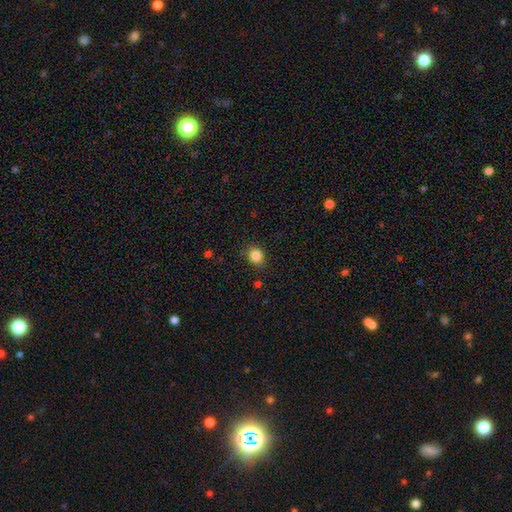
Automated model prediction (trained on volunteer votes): Smooth or featured? smooth (84%)
How rounded? round (61%)
Merging? none (84%)